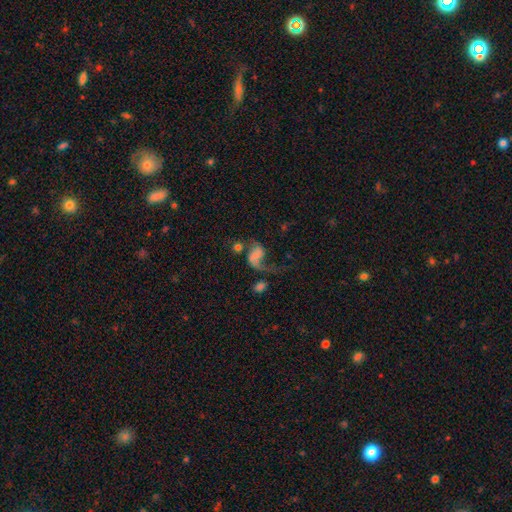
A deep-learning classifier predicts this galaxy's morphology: The model was most divided on "merging": major disturbance: 40%, none: 26%, merger: 21%, minor disturbance: 13%. More confident: edge-on disk — no (98%); spiral arms — yes (81%); bar — no (65%); bulge size — none (60%); smooth or featured — featured or disk (59%).